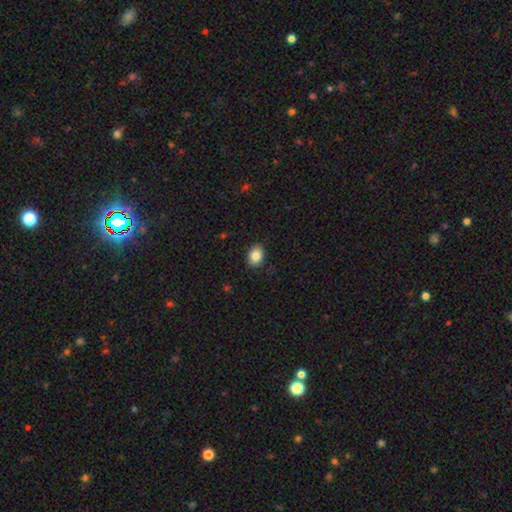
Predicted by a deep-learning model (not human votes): This appears to be a smooth galaxy with no disk features (85%) that is in between round and cigar-shaped (73%). Merging: none (88%).